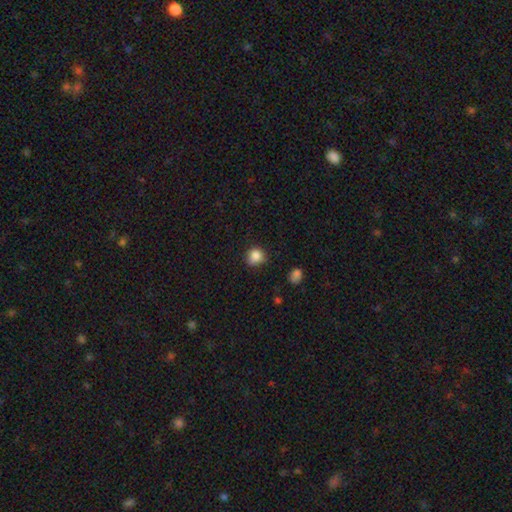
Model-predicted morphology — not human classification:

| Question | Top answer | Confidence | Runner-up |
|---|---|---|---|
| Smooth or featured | smooth | 85% | star or artifact (11%) |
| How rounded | round | 84% | in between (15%) |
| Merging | none | 74% | minor disturbance (20%) |